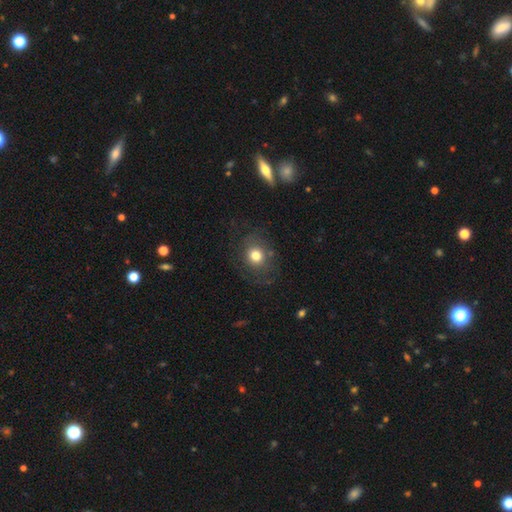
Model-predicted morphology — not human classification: Smooth or featured? smooth (75%)
How rounded? round (69%)
Merging? none (75%)